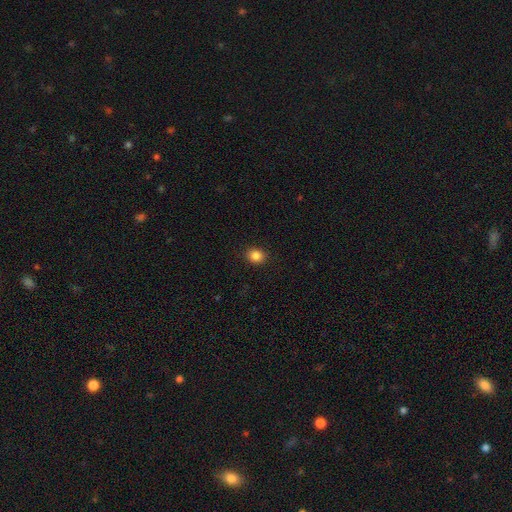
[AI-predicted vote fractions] Q: Smooth or featured?
A: smooth (86%); runner-up: star or artifact (10%)
Q: How rounded?
A: round (64%); runner-up: in between (35%)
Q: Merging?
A: none (90%); runner-up: minor disturbance (7%)